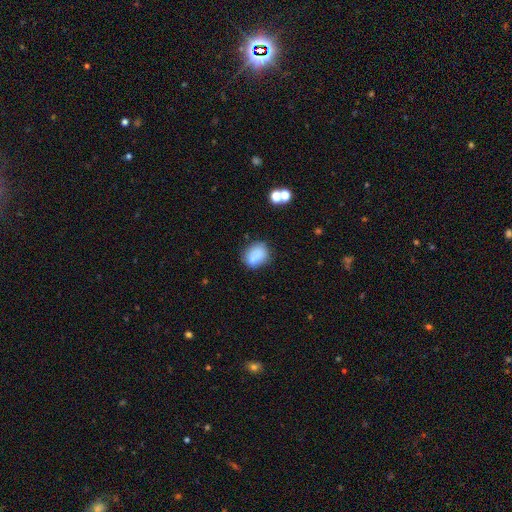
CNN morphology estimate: Overall: smooth (78%). How rounded: in between (63%; round 35%). Merging: none (57%; minor disturbance 23%).